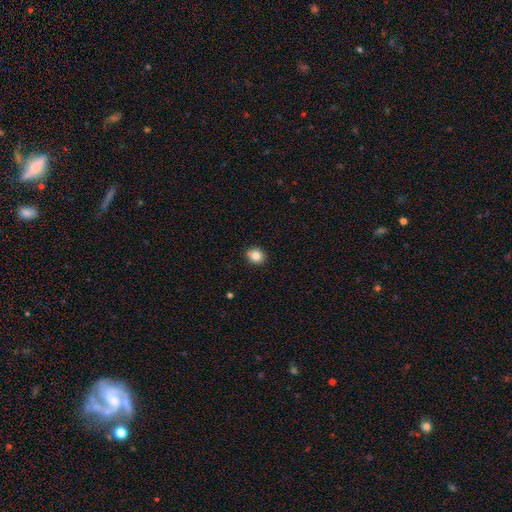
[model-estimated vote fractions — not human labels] Q: Smooth or featured?
A: smooth (84%); runner-up: star or artifact (10%)
Q: How rounded?
A: round (69%); runner-up: in between (30%)
Q: Merging?
A: none (89%); runner-up: minor disturbance (8%)